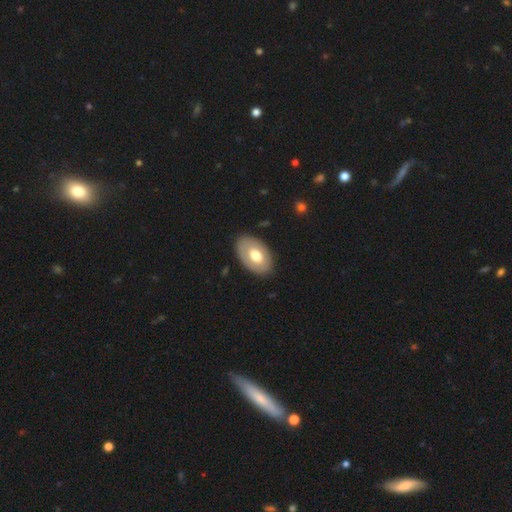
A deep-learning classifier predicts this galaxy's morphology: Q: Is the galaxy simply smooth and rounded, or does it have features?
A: smooth — 59%.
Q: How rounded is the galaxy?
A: in between — 91%.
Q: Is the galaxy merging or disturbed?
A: none — 84%.